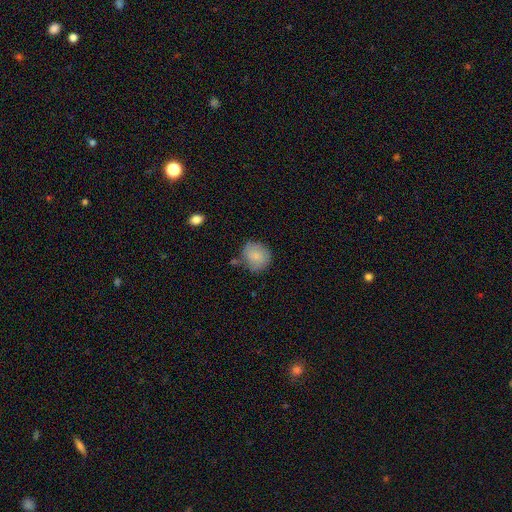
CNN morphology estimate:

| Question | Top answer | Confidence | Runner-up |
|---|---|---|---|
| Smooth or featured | smooth | 78% | featured or disk (15%) |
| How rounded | round | 82% | in between (17%) |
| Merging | none | 68% | minor disturbance (21%) |